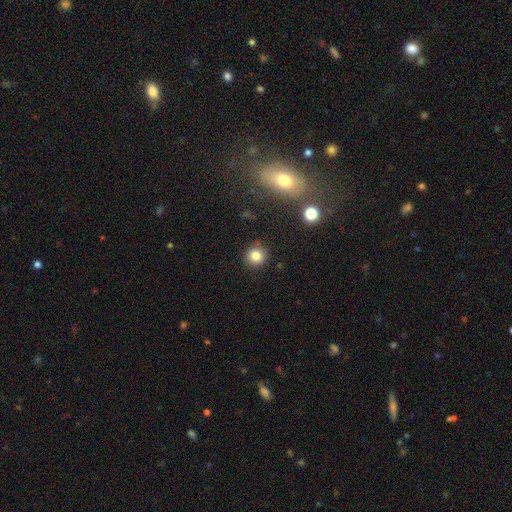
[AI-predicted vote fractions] This appears to be a smooth galaxy with no disk features (81%) that is round (91%). Merging: none (87%).